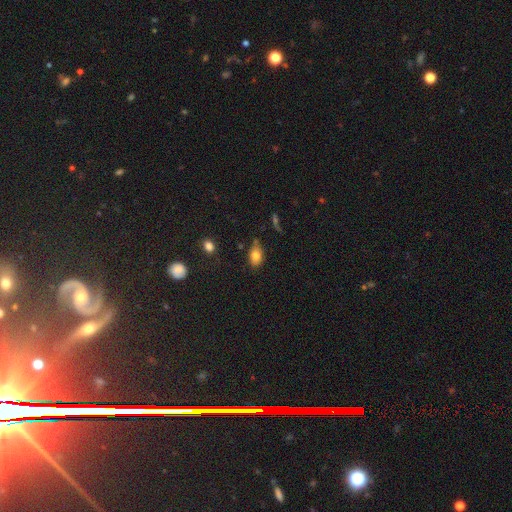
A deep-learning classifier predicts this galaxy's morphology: smooth-or-featured: smooth: 80% | star or artifact: 10% | featured or disk: 9%
  how-rounded: in between: 82% | round: 16% | cigar-shaped: 2%
  merging: none: 68% | minor disturbance: 22% | merger: 5% | major disturbance: 5%